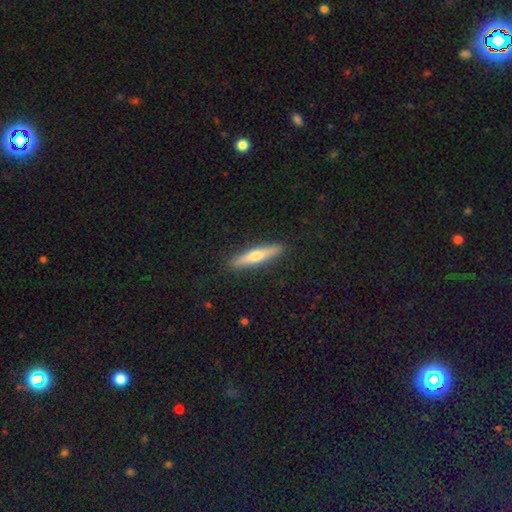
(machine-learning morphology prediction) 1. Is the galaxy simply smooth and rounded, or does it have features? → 52% smooth, 43% featured or disk, 5% star or artifact.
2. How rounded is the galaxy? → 90% cigar-shaped, 9% in between, 2% round.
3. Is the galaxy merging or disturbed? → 91% none, 6% minor disturbance, 2% major disturbance, 1% merger.